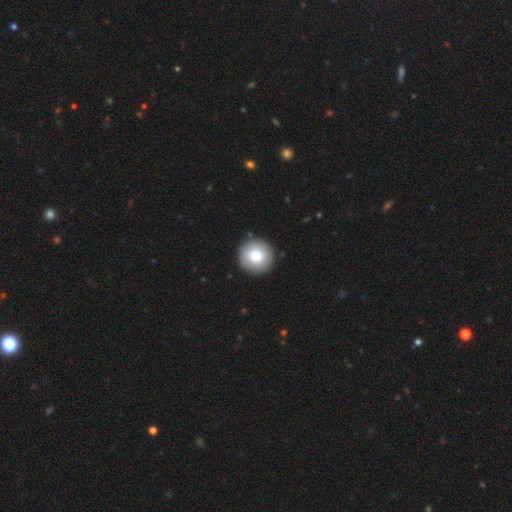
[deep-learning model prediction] Smooth or featured: smooth — 81% (featured or disk — 13%)
How rounded: round — 95% (in between — 4%)
Merging: none — 89% (minor disturbance — 8%)